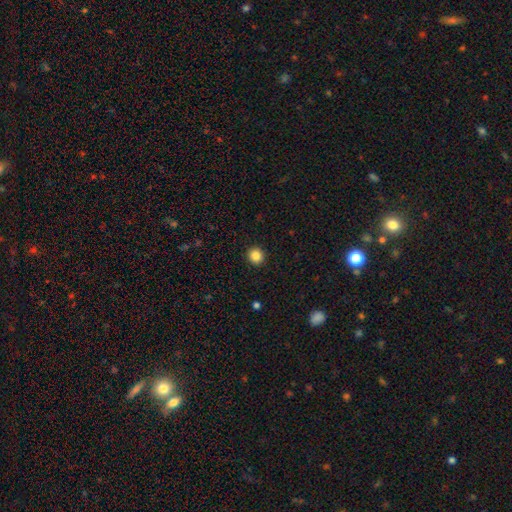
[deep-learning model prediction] This is clearly a smooth galaxy (86%). How rounded: clearly round (90%). Merging: clearly none (93%).